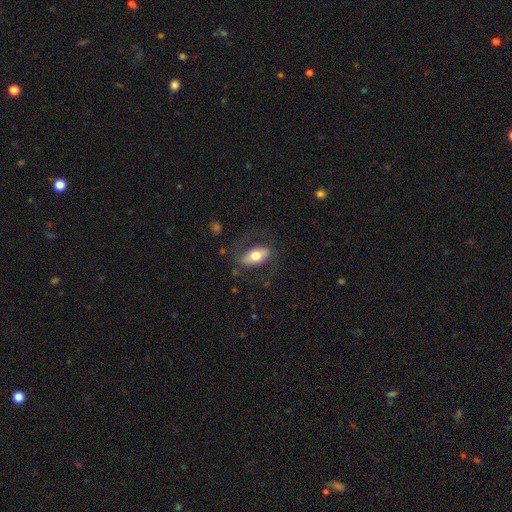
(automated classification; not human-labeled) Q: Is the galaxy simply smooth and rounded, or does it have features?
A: smooth — 53%.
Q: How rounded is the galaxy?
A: in between — 90%.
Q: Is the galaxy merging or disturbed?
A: none — 67%.